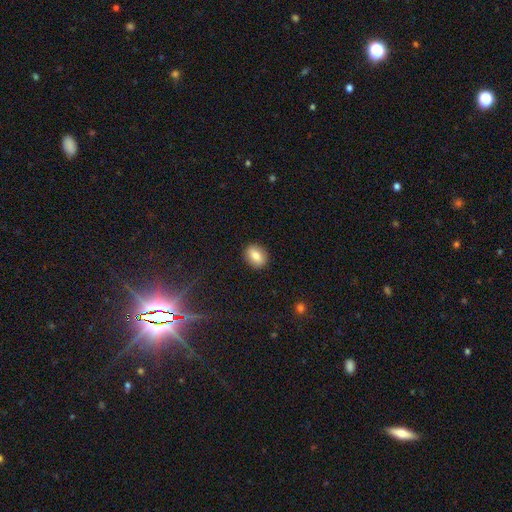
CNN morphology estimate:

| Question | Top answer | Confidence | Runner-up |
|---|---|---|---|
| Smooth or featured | smooth | 83% | featured or disk (9%) |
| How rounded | in between | 64% | round (34%) |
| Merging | none | 89% | minor disturbance (8%) |